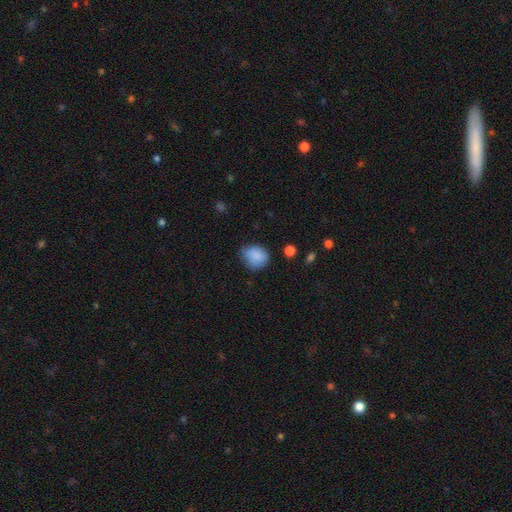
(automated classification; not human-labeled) smooth-or-featured: smooth: 85% | star or artifact: 9% | featured or disk: 6%
  how-rounded: round: 64% | in between: 35% | cigar-shaped: 1%
  merging: none: 60% | minor disturbance: 31% | major disturbance: 7% | merger: 2%